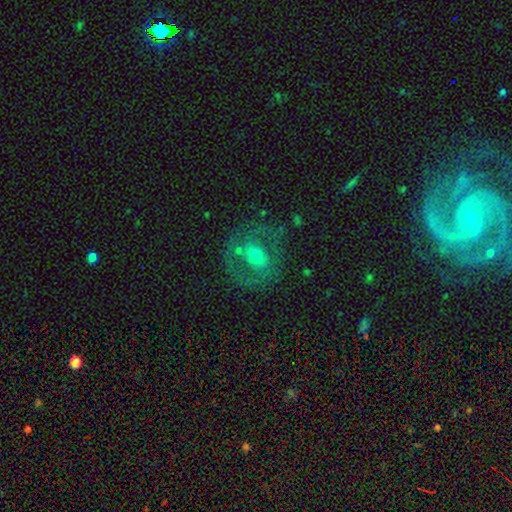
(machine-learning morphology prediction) The model was most divided on "spiral arms": no: 54%, yes: 46%. More confident: edge-on disk — no (96%); bulge size — moderate (71%); merging — none (70%); smooth or featured — featured or disk (60%); bar — no (59%).